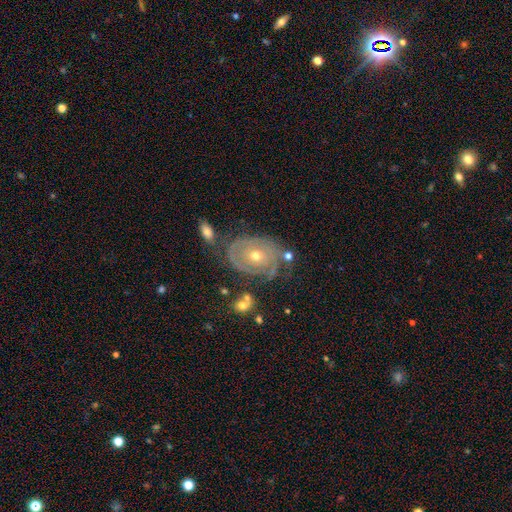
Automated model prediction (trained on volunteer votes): A featured or disk galaxy (81%) with no bar (83%), tight (79%) spiral arms (85%) and a moderate central bulge (52%).

Vote fractions:
- Smooth or featured? featured or disk: 81% / smooth: 12% / star or artifact: 7%
- Edge-on disk? no: 96% / yes: 4%
- Bar? no: 83% / weak: 13% / strong: 4%
- Spiral arms? yes: 85% / no: 15%
- Spiral winding? tight: 79% / medium: 16% / loose: 5%
- Spiral arm count? can't tell: 38% / 2: 35% / 3: 12% / 1: 7% / 4: 5% / more than 4: 4%
- Bulge size? moderate: 52% / small: 44% / large: 2% / none: 1% / dominant: 1%
- Merging? none: 66% / minor disturbance: 19% / major disturbance: 8% / merger: 6%